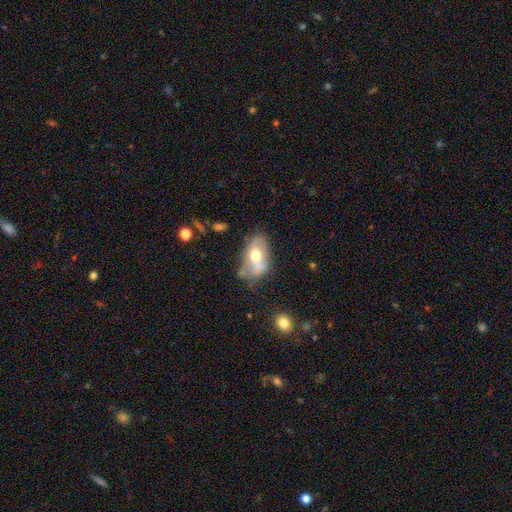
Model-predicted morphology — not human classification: Smooth or featured: smooth — 53% (featured or disk — 38%)
How rounded: in between — 87% (round — 11%)
Merging: none — 44% (minor disturbance — 27%)